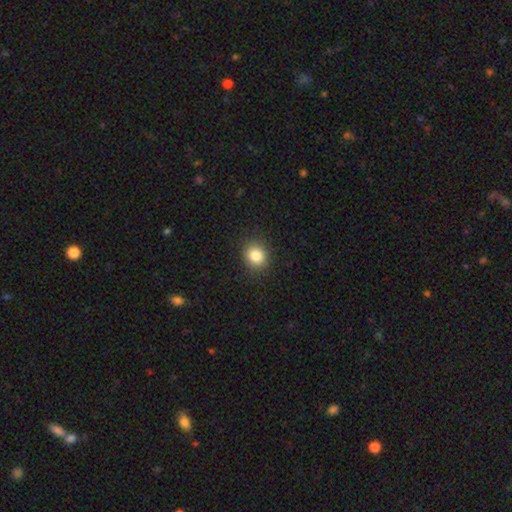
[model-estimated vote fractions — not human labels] smooth 84%, star or artifact 11%, featured or disk 5%. Down the decision tree: how rounded — round (77%); merging — none (89%).